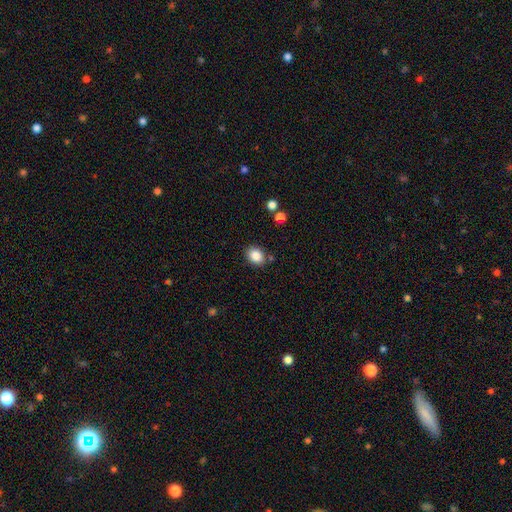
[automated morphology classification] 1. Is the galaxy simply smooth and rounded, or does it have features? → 87% smooth, 9% star or artifact, 4% featured or disk.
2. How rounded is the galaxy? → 60% in between, 39% round, 1% cigar-shaped.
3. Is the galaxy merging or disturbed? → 82% none, 11% minor disturbance, 4% merger, 3% major disturbance.